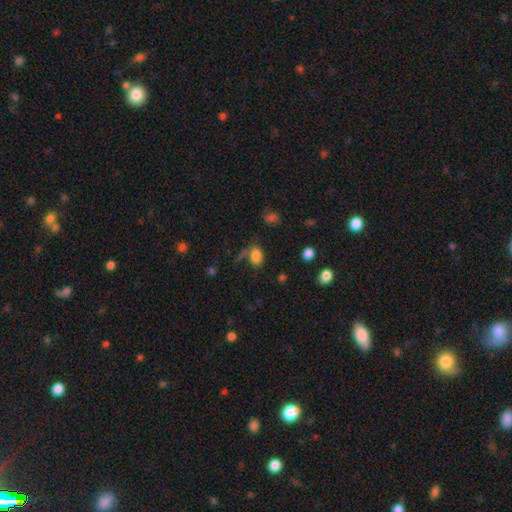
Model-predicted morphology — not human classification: type=smooth (80%); roundness=in between (81%); merging=none (57%).